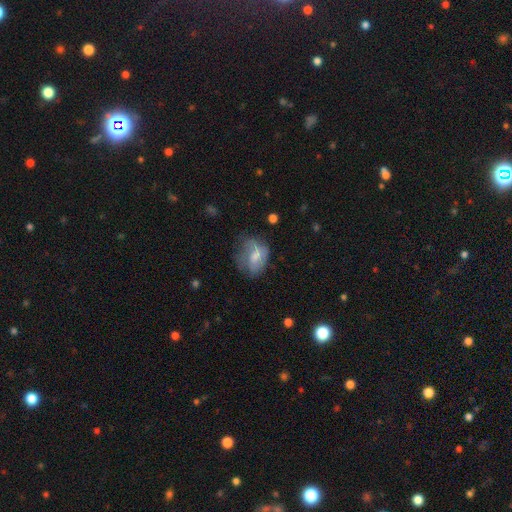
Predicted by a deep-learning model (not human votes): smooth_or_featured: smooth (p=0.48) [alt: featured or disk p=0.44]
merging: none (p=0.41) [alt: minor disturbance p=0.30]